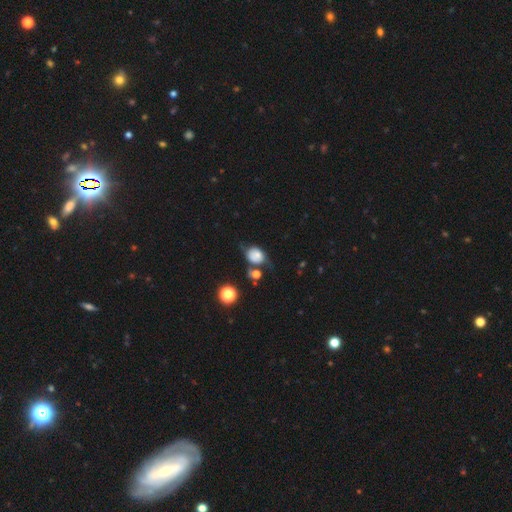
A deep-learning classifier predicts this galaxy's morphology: smooth_or_featured: smooth (p=0.67) [alt: featured or disk p=0.21]
how_rounded: round (p=0.50) [alt: in between p=0.49]
merging: none (p=0.40) [alt: minor disturbance p=0.31]